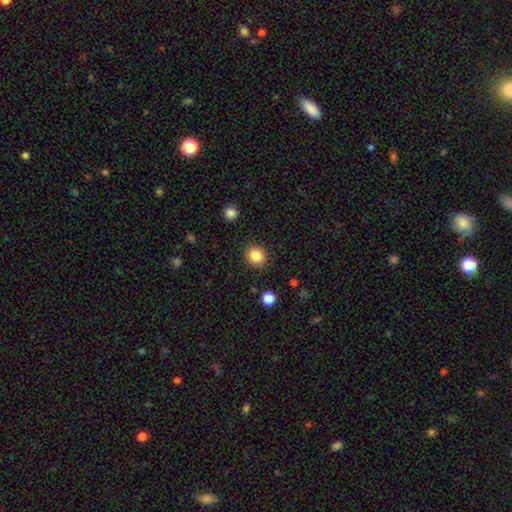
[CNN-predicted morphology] type=smooth (85%); roundness=round (87%); merging=none (89%).